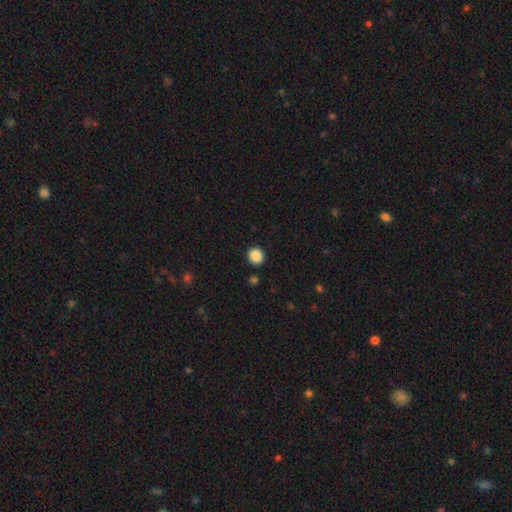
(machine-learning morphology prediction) Smooth or featured? smooth (88%)
How rounded? round (88%)
Merging? none (91%)